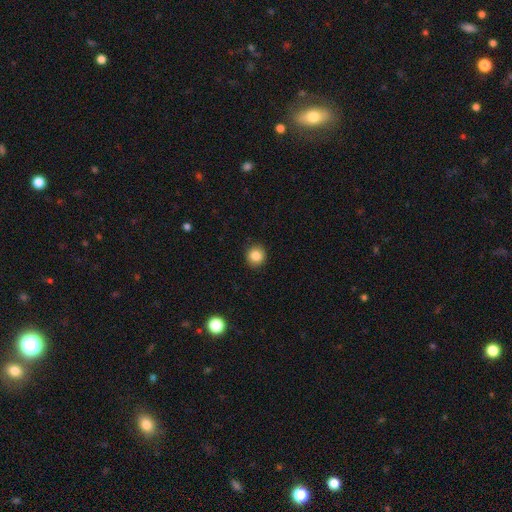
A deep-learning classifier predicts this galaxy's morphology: A smooth galaxy with no disk features (85%) that is round (90%).

Vote fractions:
- Smooth or featured? smooth: 85% / star or artifact: 10% / featured or disk: 5%
- How rounded? round: 90% / in between: 10% / cigar-shaped: 1%
- Merging? none: 91% / minor disturbance: 6% / major disturbance: 2% / merger: 1%